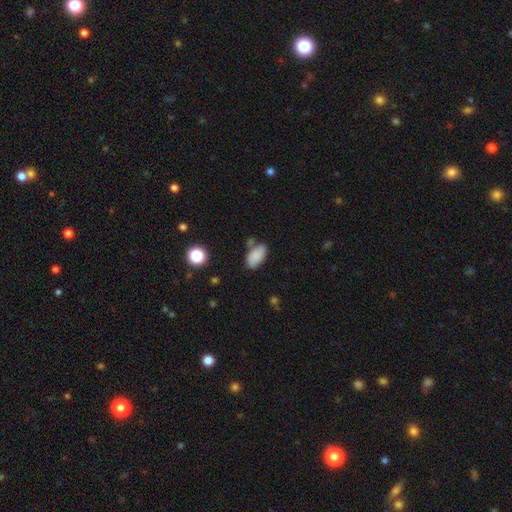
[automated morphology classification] Q: Smooth or featured?
A: smooth (85%); runner-up: star or artifact (8%)
Q: How rounded?
A: in between (93%); runner-up: round (5%)
Q: Merging?
A: none (68%); runner-up: minor disturbance (19%)